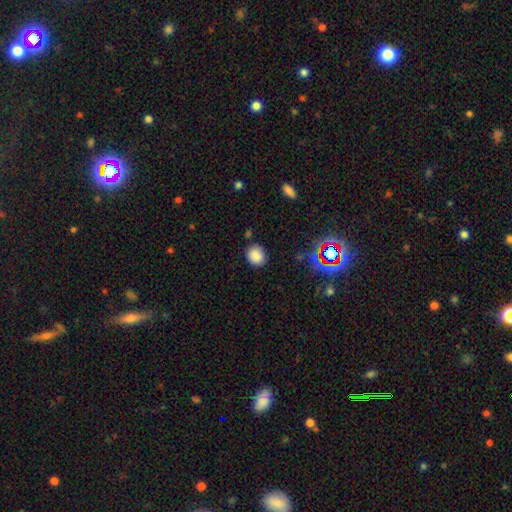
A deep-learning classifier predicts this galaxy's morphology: Smooth or featured: smooth — 84% (star or artifact — 12%)
How rounded: round — 77% (in between — 22%)
Merging: none — 82% (minor disturbance — 12%)